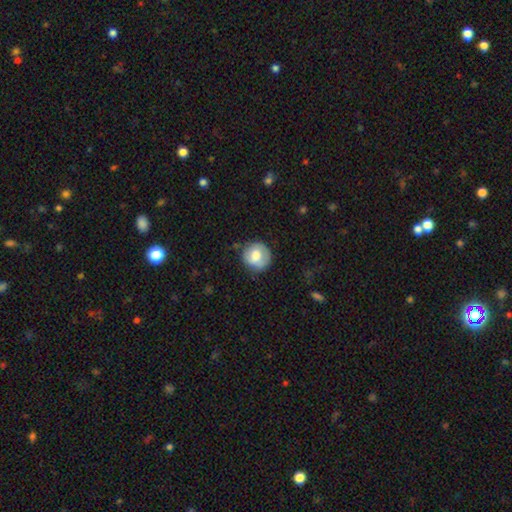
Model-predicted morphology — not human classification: This appears to be a smooth galaxy with no disk features (70%) that is round (88%). Merging: none (73%).